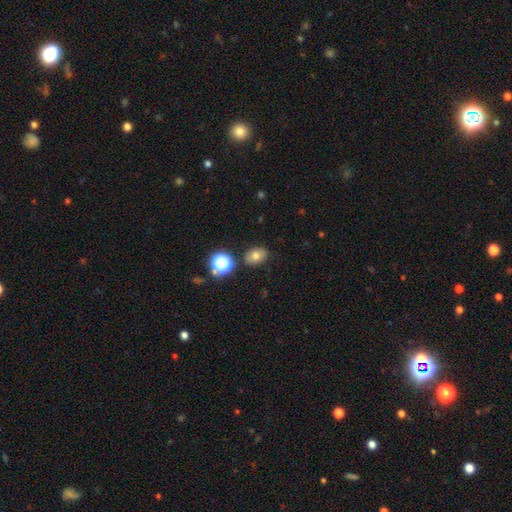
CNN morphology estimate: type=smooth (71%); roundness=in between (62%); merging=none (82%).